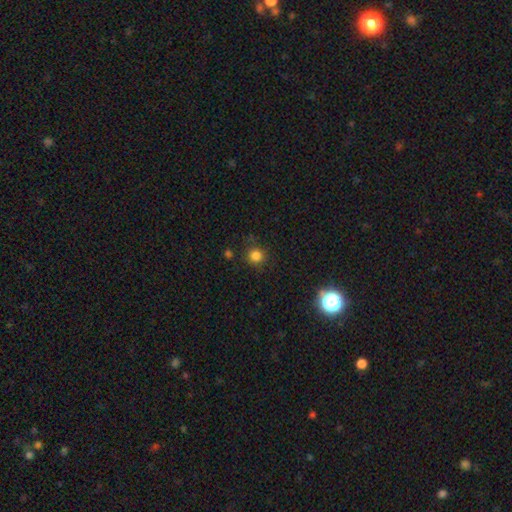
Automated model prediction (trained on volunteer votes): Smooth or featured? smooth (81%)
How rounded? round (92%)
Merging? none (84%)